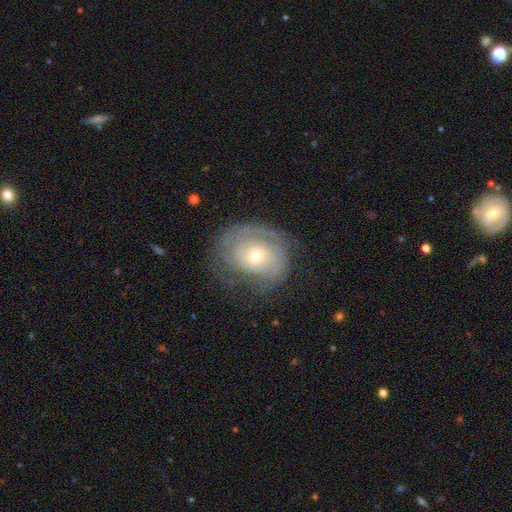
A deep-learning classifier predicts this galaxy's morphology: smooth_or_featured: featured or disk (p=0.79) [alt: smooth p=0.14]
disk_edge_on: no (p=0.97) [alt: yes p=0.03]
bar: no (p=0.76) [alt: weak p=0.20]
has_spiral_arms: yes (p=0.92) [alt: no p=0.08]
spiral_winding: tight (p=0.68) [alt: medium p=0.25]
spiral_arm_count: can't tell (p=0.37) [alt: 2 p=0.30]
bulge_size: small (p=0.55) [alt: moderate p=0.40]
merging: none (p=0.67) [alt: minor disturbance p=0.20]